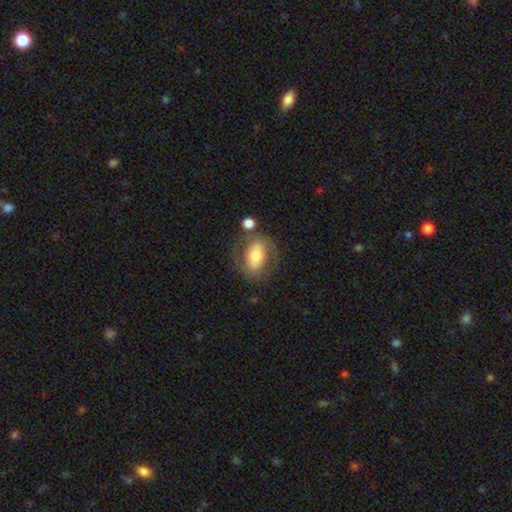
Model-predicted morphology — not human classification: This appears to be a smooth galaxy with no disk features (56%) that is in between round and cigar-shaped (80%). Merging: none (64%).